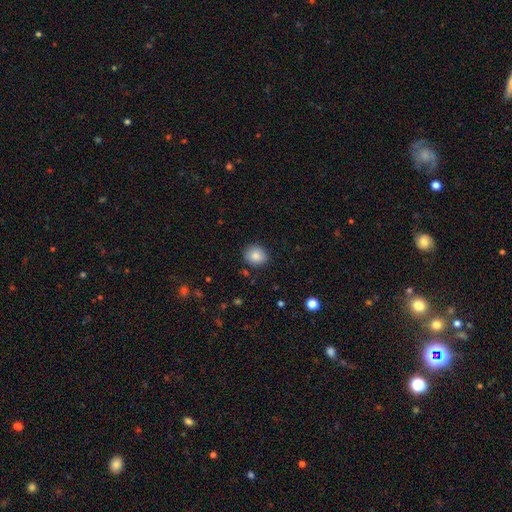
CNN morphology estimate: This is clearly a smooth galaxy (84%). How rounded: likely round (76%). Merging: clearly none (87%).